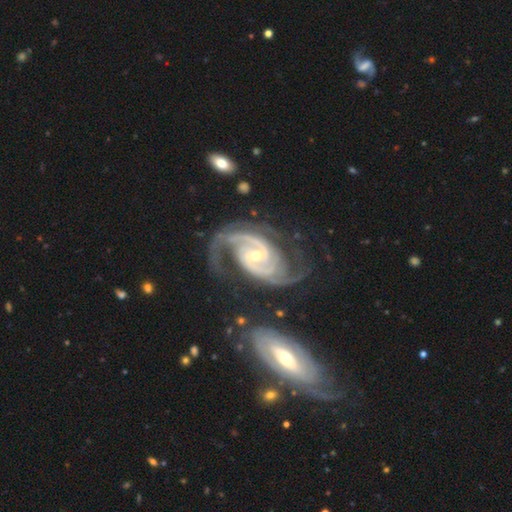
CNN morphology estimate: Q: Smooth or featured?
A: featured or disk (94%); runner-up: star or artifact (4%)
Q: Edge-on disk?
A: no (97%); runner-up: yes (3%)
Q: Bar?
A: no (40%); runner-up: weak (39%)
Q: Spiral arms?
A: yes (99%); runner-up: no (1%)
Q: Spiral winding?
A: medium (50%); runner-up: tight (36%)
Q: Spiral arm count?
A: 2 (71%); runner-up: 3 (13%)
Q: Bulge size?
A: small (50%); runner-up: moderate (46%)
Q: Merging?
A: none (59%); runner-up: minor disturbance (19%)